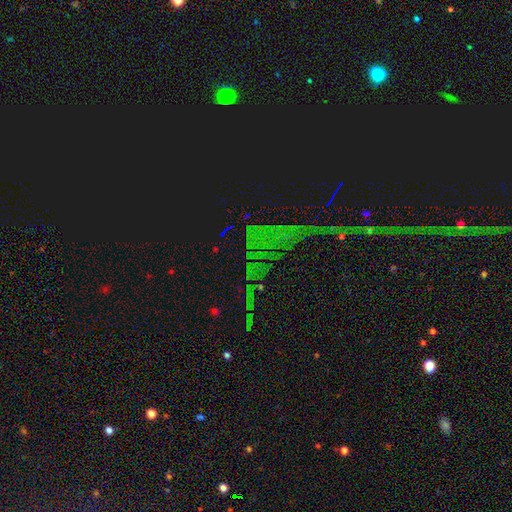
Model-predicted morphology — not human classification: Q: Smooth or featured?
A: star or artifact (85%); runner-up: smooth (8%)